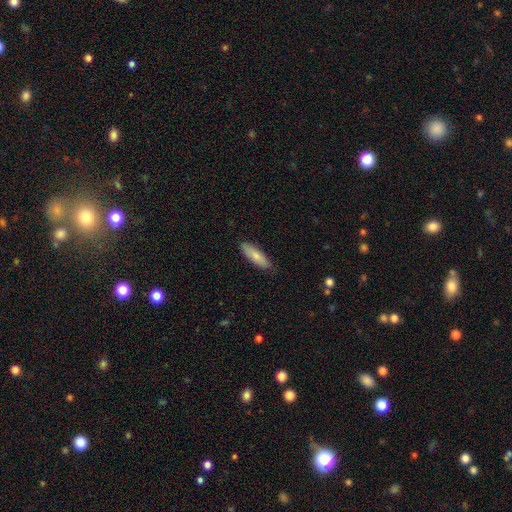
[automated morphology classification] Smooth or featured: smooth — 79% (featured or disk — 15%)
How rounded: in between — 55% (cigar-shaped — 43%)
Merging: none — 85% (minor disturbance — 12%)